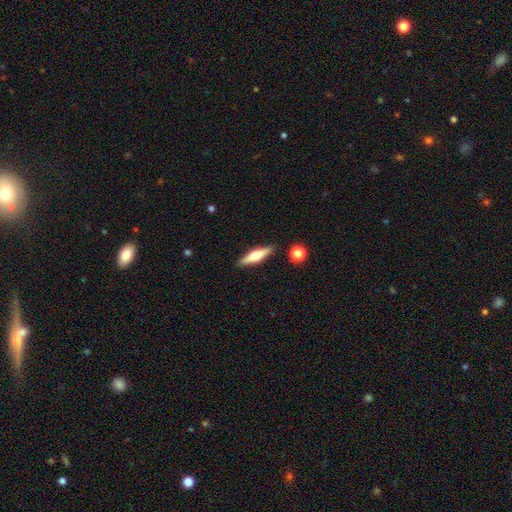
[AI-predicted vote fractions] A featured or disk galaxy (49%).

Vote fractions:
- Smooth or featured? featured or disk: 49% / smooth: 45% / star or artifact: 6%
- Merging? none: 88% / minor disturbance: 8% / merger: 2% / major disturbance: 2%